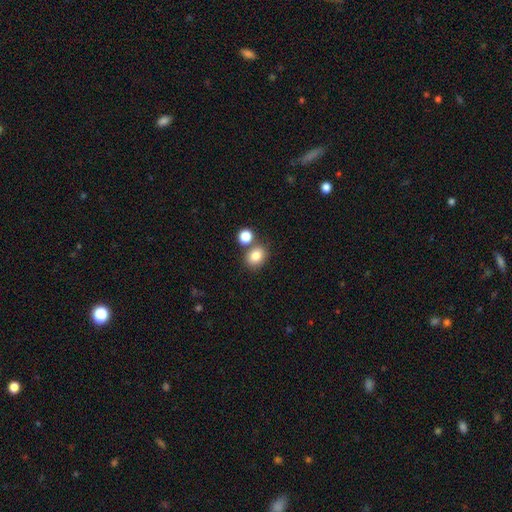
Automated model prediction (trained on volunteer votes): This is clearly a smooth galaxy (82%). How rounded: possibly round (60%). Merging: likely none (67%).